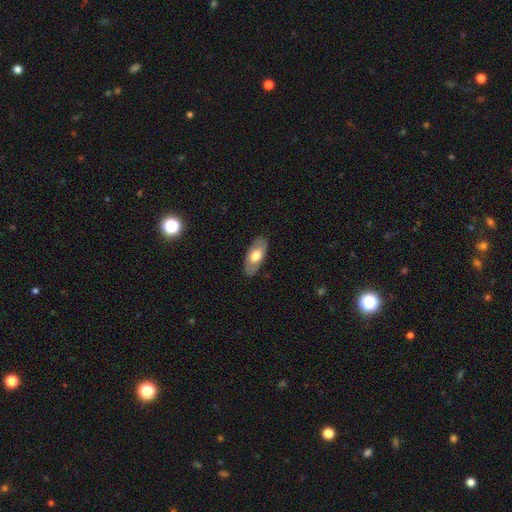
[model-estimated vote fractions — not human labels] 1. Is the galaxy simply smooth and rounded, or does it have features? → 60% smooth, 34% featured or disk, 5% star or artifact.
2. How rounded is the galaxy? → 89% in between, 8% cigar-shaped, 3% round.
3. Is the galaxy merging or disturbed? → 85% none, 11% minor disturbance, 2% major disturbance, 1% merger.